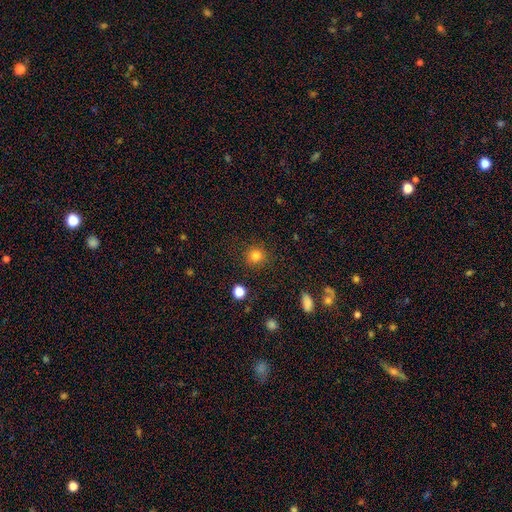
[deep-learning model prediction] smooth 82%, star or artifact 13%, featured or disk 5%. Down the decision tree: how rounded — round (90%); merging — none (88%).